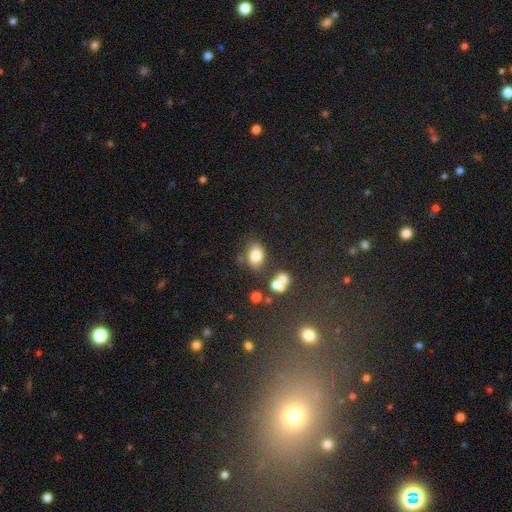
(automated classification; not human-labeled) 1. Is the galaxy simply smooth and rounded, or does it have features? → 78% smooth, 11% featured or disk, 11% star or artifact.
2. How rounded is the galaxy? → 72% in between, 27% round, 1% cigar-shaped.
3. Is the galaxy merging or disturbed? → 65% none, 17% minor disturbance, 11% merger, 6% major disturbance.